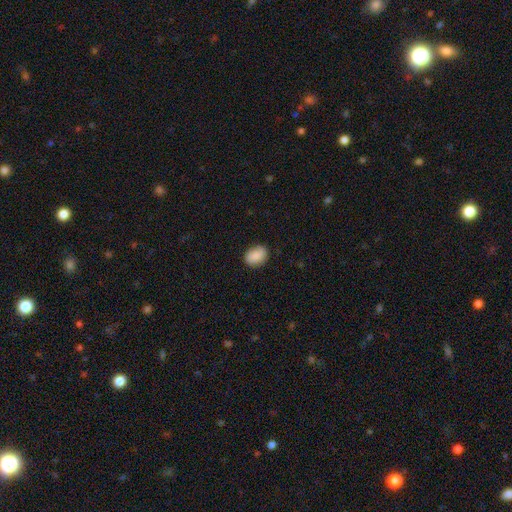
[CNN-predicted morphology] smooth 87%, star or artifact 7%, featured or disk 6%. Down the decision tree: how rounded — in between (74%); merging — none (87%).